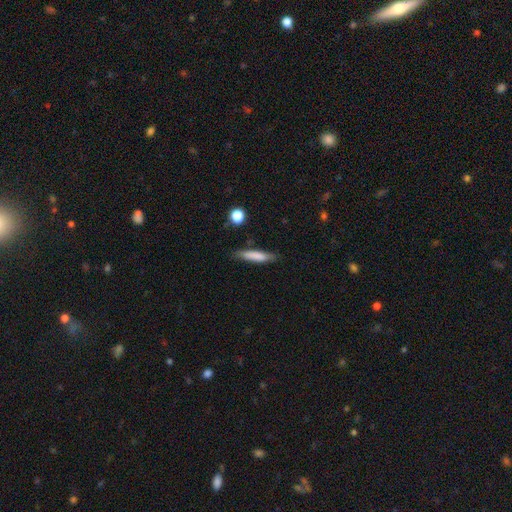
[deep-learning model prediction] Smooth or featured? smooth (78%)
How rounded? cigar-shaped (85%)
Merging? none (79%)